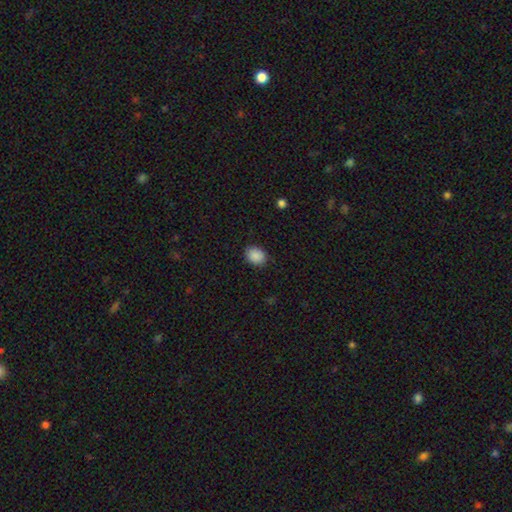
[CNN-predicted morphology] A smooth galaxy with no disk features (89%) that is in between round and cigar-shaped (54%). Merging: none (85%).